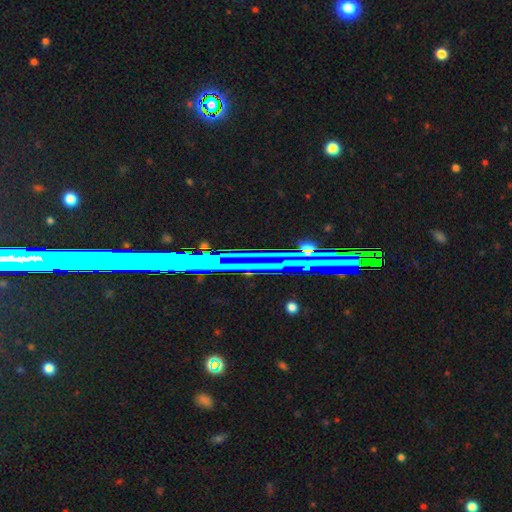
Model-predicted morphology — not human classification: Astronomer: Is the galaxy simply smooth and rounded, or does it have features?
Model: star or artifact — 68%.